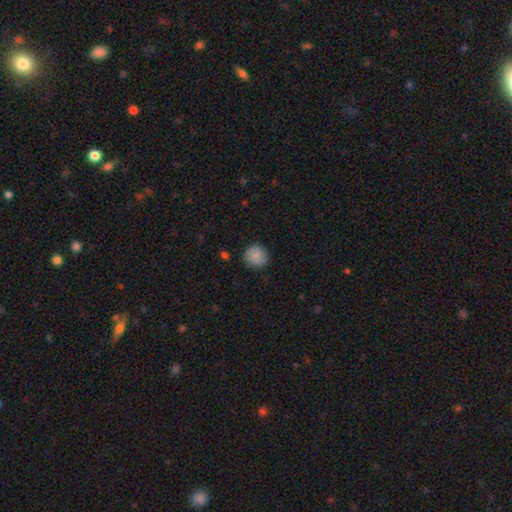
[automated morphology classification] This appears to be a smooth galaxy with no disk features (82%) that is round (88%). Merging: none (83%).